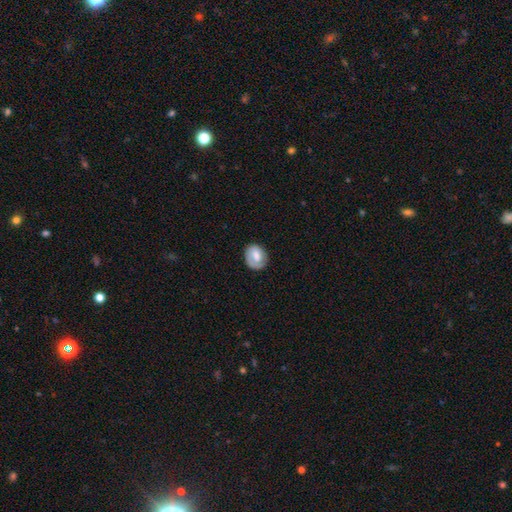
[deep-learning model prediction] The model was most divided on "how rounded": round: 54%, in between: 45%, cigar-shaped: 1%. More confident: merging — none (71%); smooth or featured — smooth (61%).